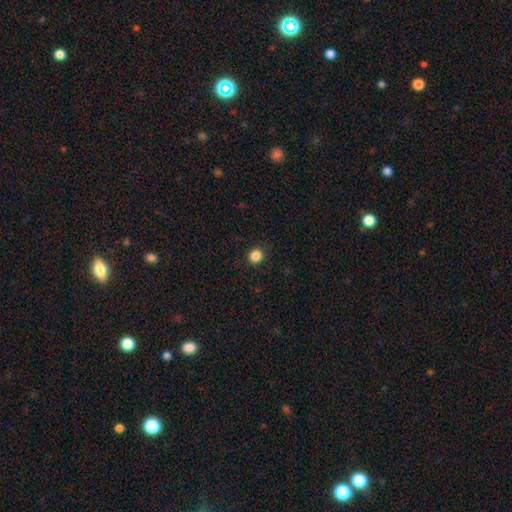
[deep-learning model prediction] Smooth or featured? smooth (85%)
How rounded? round (86%)
Merging? none (90%)